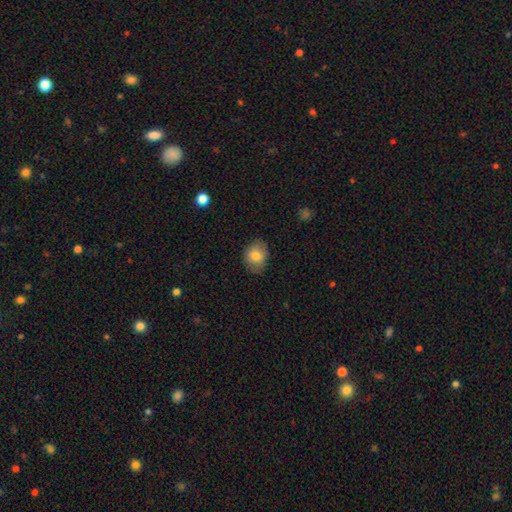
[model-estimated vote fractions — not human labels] smooth-or-featured: smooth: 79% | featured or disk: 13% | star or artifact: 8%
  how-rounded: in between: 58% | round: 41% | cigar-shaped: 1%
  merging: none: 80% | minor disturbance: 15% | major disturbance: 4% | merger: 1%